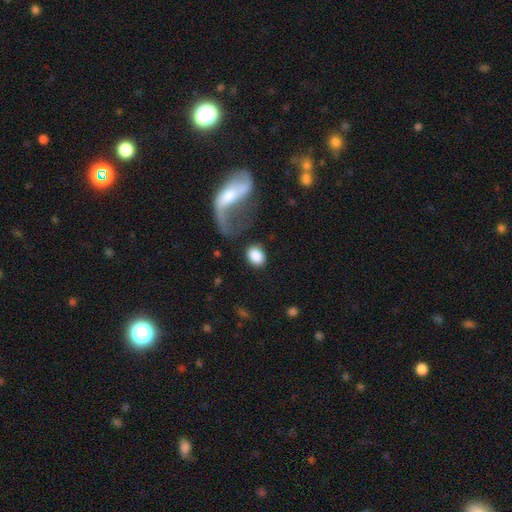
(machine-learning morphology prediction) Smooth or featured? smooth (83%)
How rounded? in between (72%)
Merging? none (67%)